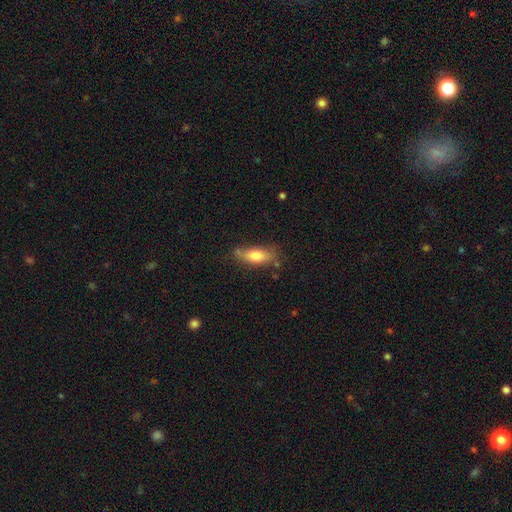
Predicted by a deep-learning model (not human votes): A smooth galaxy with no disk features (74%) that is in between round and cigar-shaped (69%). Merging: none (69%).